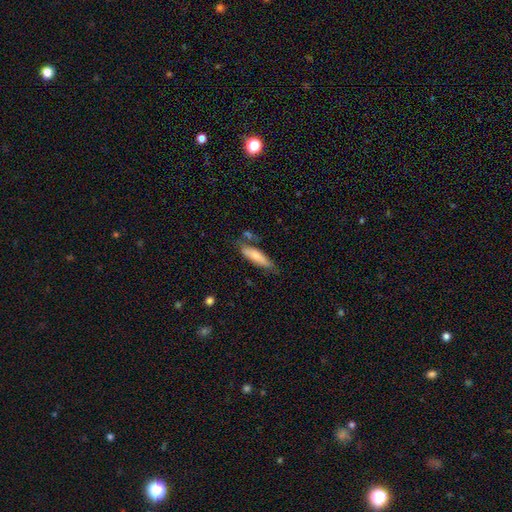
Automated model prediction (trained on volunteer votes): This is likely a smooth galaxy (69%). How rounded: possibly cigar-shaped (59%). Merging: possibly none (57%).